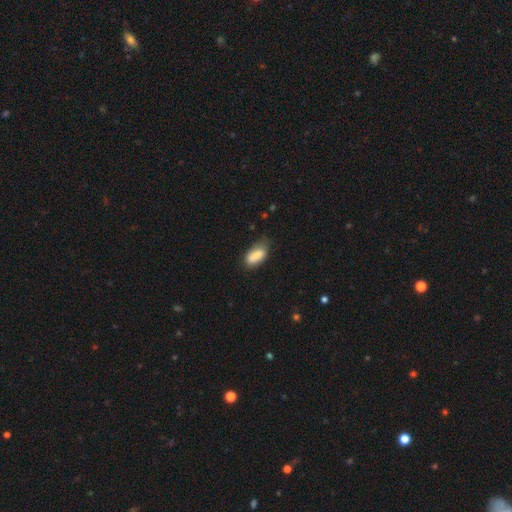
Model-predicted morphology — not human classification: Smooth or featured? Predicted: smooth (p=0.83). How rounded? Predicted: in between (p=0.88). Merging? Predicted: none (p=0.55).